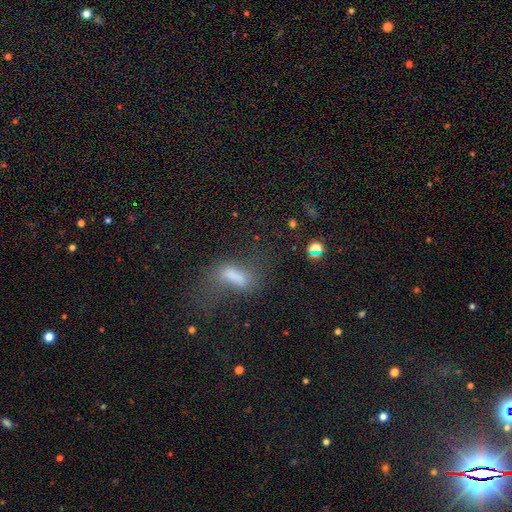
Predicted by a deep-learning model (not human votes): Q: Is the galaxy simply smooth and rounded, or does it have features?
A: smooth — 46%.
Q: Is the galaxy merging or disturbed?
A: none — 43%.